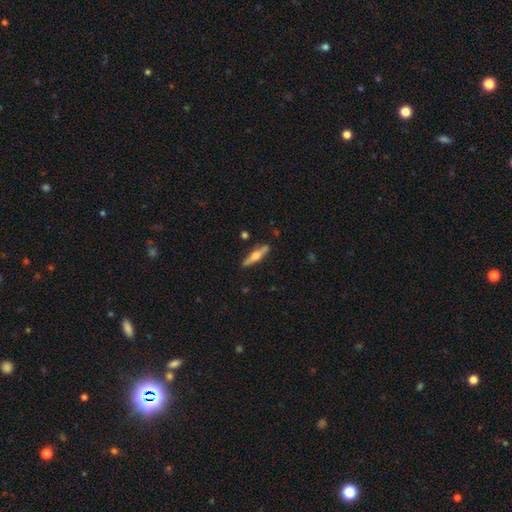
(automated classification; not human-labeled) A featured or disk galaxy (54%) viewed edge-on (95%) with a rounded central bulge (92%). Merging: none (87%).